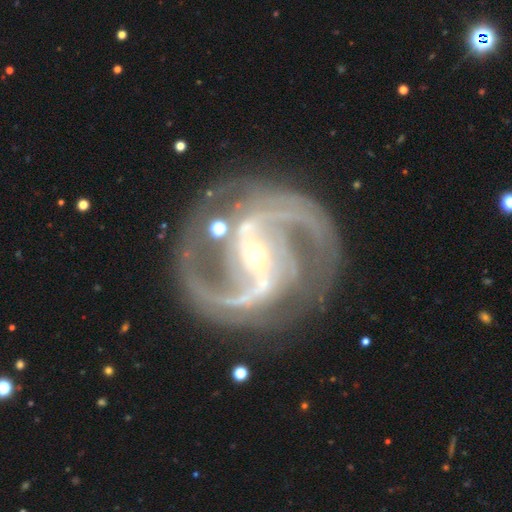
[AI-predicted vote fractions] Smooth or featured? featured or disk (94%)
Edge-on disk? no (98%)
Bar? strong (52%)
Spiral arms? yes (99%)
Spiral winding? medium (62%)
Spiral arm count? 2 (90%)
Bulge size? small (75%)
Merging? none (77%)